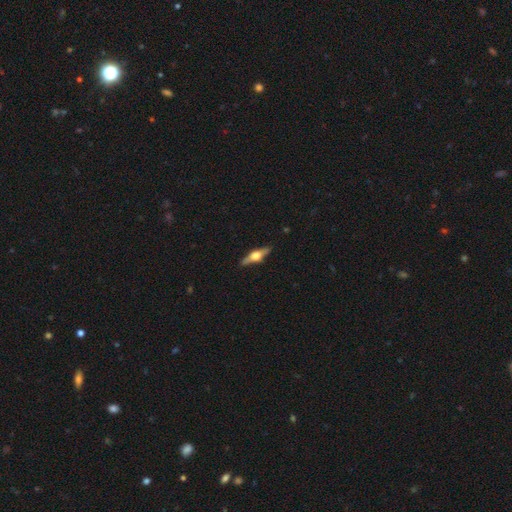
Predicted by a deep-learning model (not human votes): Smooth or featured?
  - featured or disk: 71% *
  - smooth: 24%
  - star or artifact: 6%
Edge-on disk?
  - yes: 96% *
  - no: 4%
Edge-on bulge?
  - rounded: 94% *
  - boxy: 4%
  - none: 1%
Merging?
  - none: 89% *
  - minor disturbance: 8%
  - major disturbance: 2%
  - merger: 1%